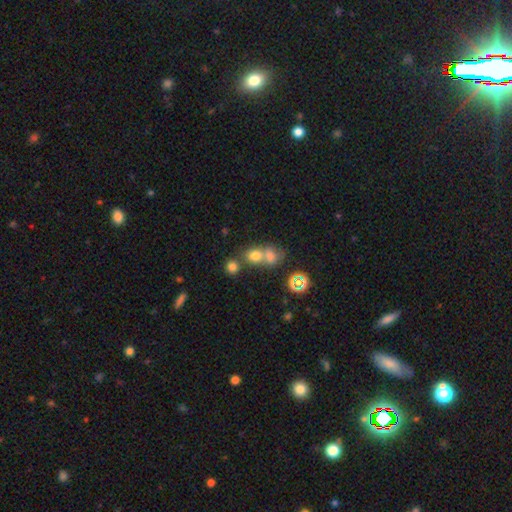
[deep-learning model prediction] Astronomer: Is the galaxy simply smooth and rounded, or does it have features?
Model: smooth — 71%.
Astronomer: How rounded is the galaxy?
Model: round — 70%.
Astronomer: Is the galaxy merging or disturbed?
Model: merger — 52% (runner-up: none, 38%).